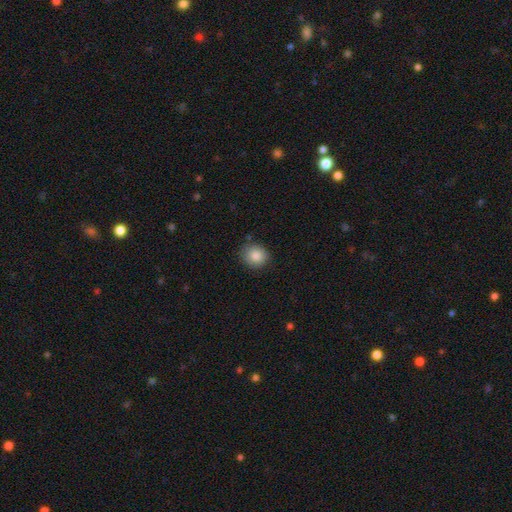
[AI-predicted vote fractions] smooth 86%, star or artifact 9%, featured or disk 5%. Down the decision tree: how rounded — round (79%); merging — none (84%).